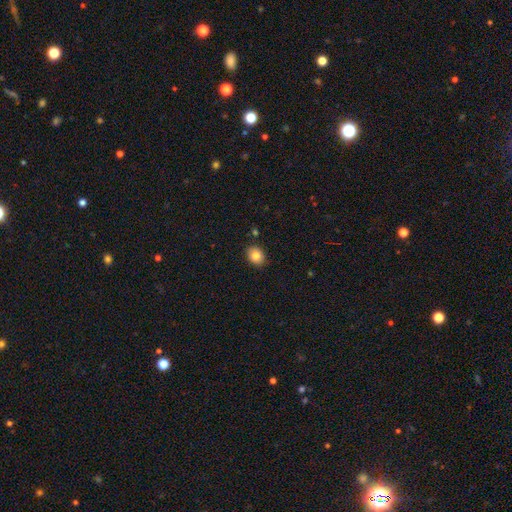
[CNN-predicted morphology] type=smooth (83%); roundness=round (52%); merging=none (88%).